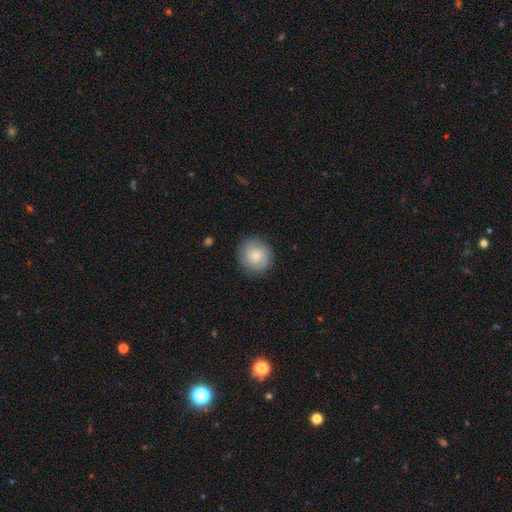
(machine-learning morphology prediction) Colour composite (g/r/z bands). It shows a smooth galaxy with no disk features (69%) that is round (90%). Merging: none (84%).